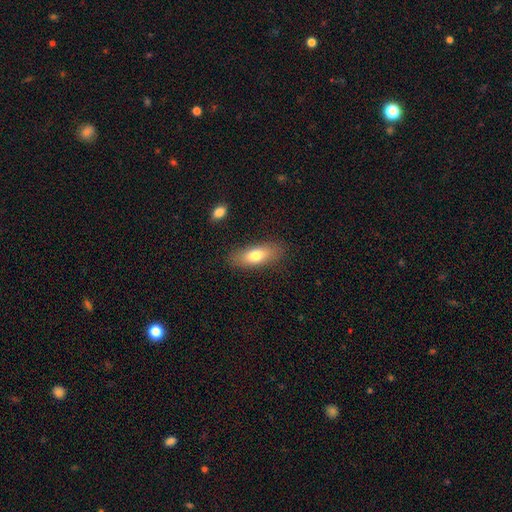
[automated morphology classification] smooth_or_featured: smooth (p=0.75) [alt: featured or disk p=0.18]
how_rounded: in between (p=0.69) [alt: cigar-shaped p=0.28]
merging: none (p=0.84) [alt: minor disturbance p=0.11]